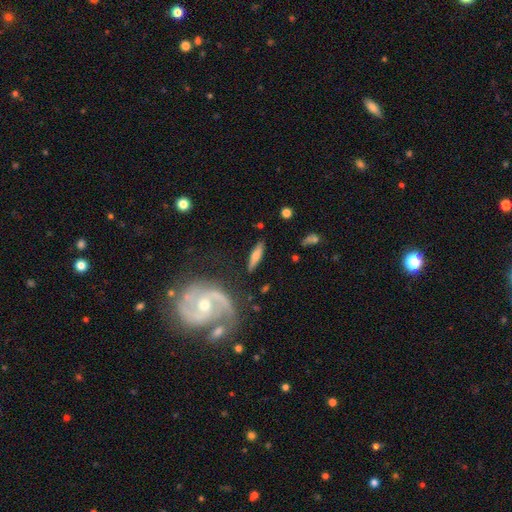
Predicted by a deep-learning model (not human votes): The model was most divided on "smooth or featured": smooth: 48%, featured or disk: 46%, star or artifact: 7%. More confident: merging — none (84%).